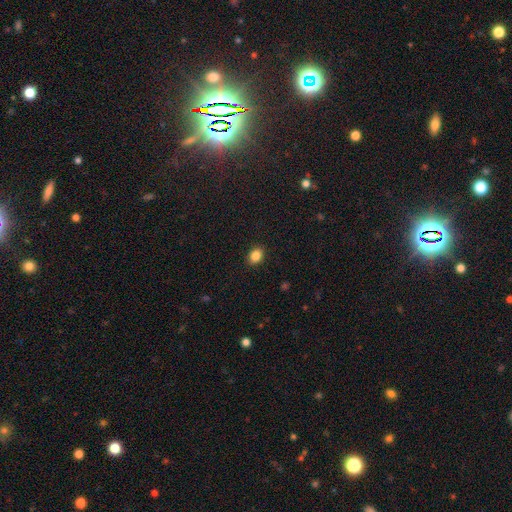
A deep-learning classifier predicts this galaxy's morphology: The model was most divided on "how rounded": in between: 57%, round: 42%, cigar-shaped: 1%. More confident: merging — none (90%); smooth or featured — smooth (86%).